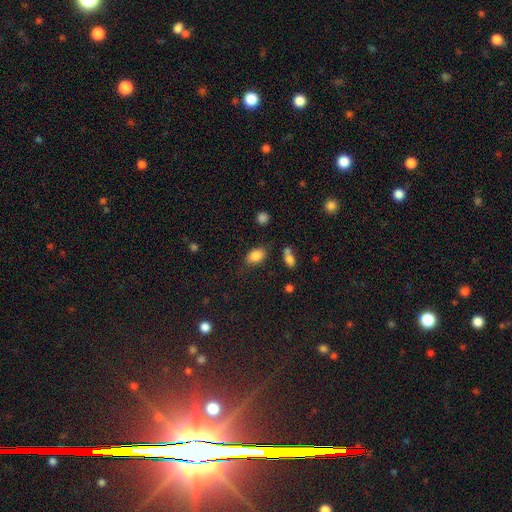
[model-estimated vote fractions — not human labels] smooth 84%, star or artifact 9%, featured or disk 7%. Down the decision tree: how rounded — in between (86%); merging — none (73%).